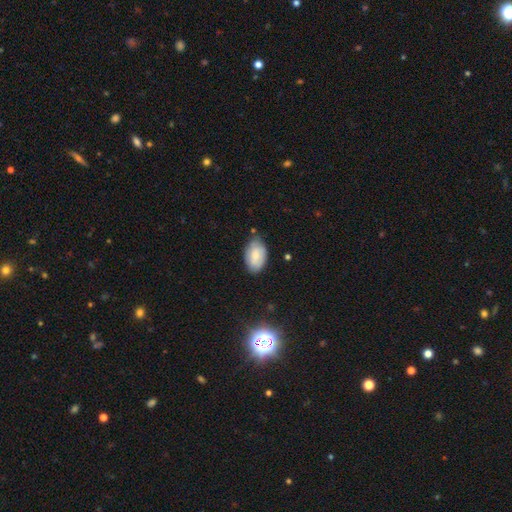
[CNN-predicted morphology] Q: Smooth or featured?
A: smooth (73%); runner-up: featured or disk (19%)
Q: How rounded?
A: in between (93%); runner-up: round (6%)
Q: Merging?
A: none (70%); runner-up: minor disturbance (24%)